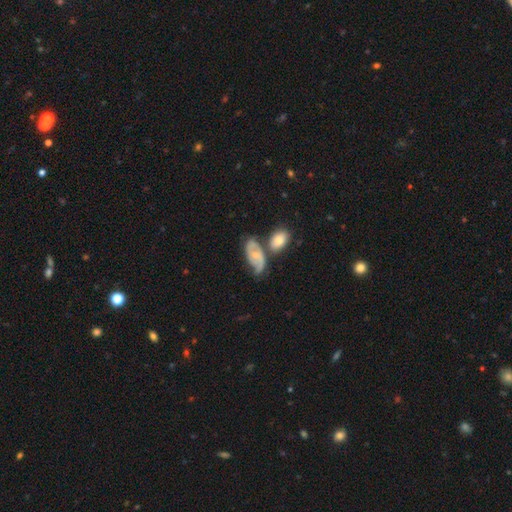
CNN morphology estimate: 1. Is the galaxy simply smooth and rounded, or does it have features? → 65% featured or disk, 28% smooth, 7% star or artifact.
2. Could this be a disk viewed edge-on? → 94% no, 6% yes.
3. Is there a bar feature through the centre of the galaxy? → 65% no, 29% weak, 6% strong.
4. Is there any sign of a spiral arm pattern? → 87% yes, 13% no.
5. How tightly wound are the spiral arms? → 43% medium, 35% tight, 22% loose.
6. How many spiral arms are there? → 70% 2, 17% can't tell, 6% 1, 4% 3, 1% 4, 1% more than 4.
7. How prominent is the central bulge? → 62% small, 30% moderate, 5% none, 2% large, 1% dominant.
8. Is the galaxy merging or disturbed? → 44% none, 24% merger, 22% minor disturbance, 10% major disturbance.